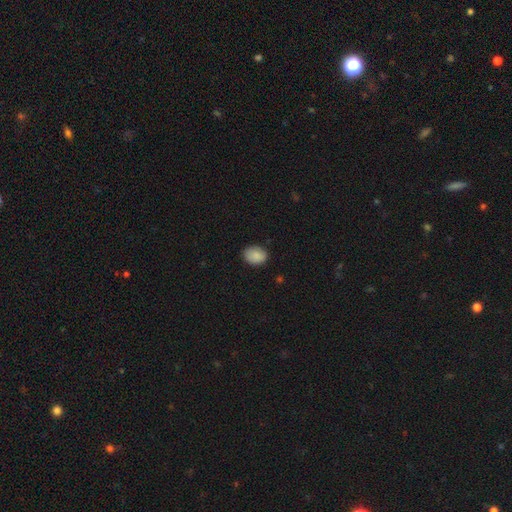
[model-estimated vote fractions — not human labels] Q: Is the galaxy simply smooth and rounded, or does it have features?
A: smooth — 88%.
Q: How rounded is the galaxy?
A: in between — 67%.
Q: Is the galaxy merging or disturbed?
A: none — 83%.